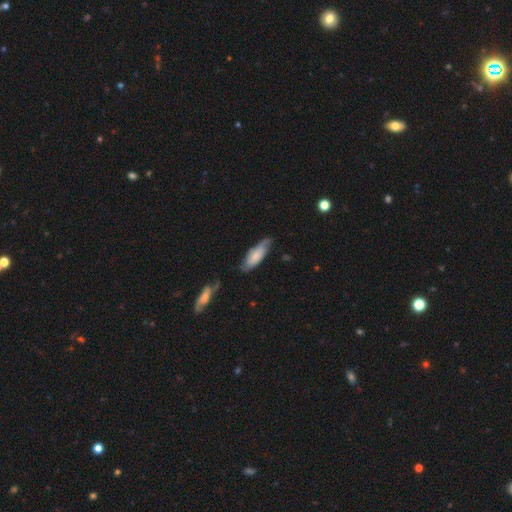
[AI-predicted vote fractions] Smooth or featured?
  - smooth: 55% *
  - featured or disk: 39%
  - star or artifact: 6%
How rounded?
  - in between: 63% *
  - cigar-shaped: 35%
  - round: 2%
Merging?
  - none: 66% *
  - minor disturbance: 25%
  - major disturbance: 7%
  - merger: 3%